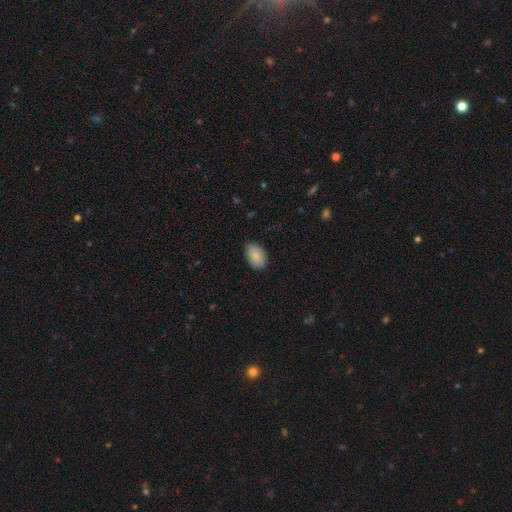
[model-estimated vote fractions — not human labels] Smooth or featured? Predicted: smooth (p=0.87). How rounded? Predicted: in between (p=0.91). Merging? Predicted: none (p=0.86).